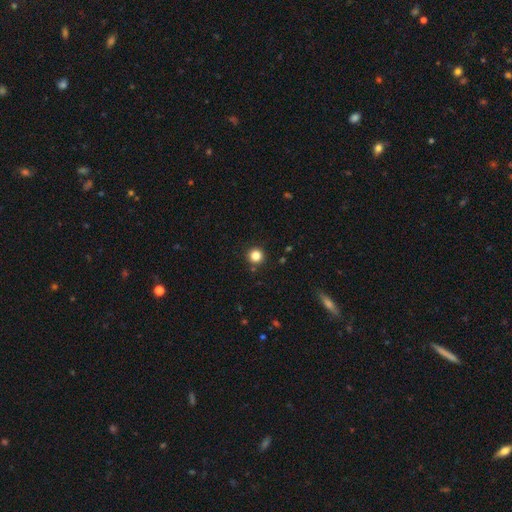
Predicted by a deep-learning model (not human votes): Overall: smooth (84%). How rounded: round (96%). Merging: none (91%).